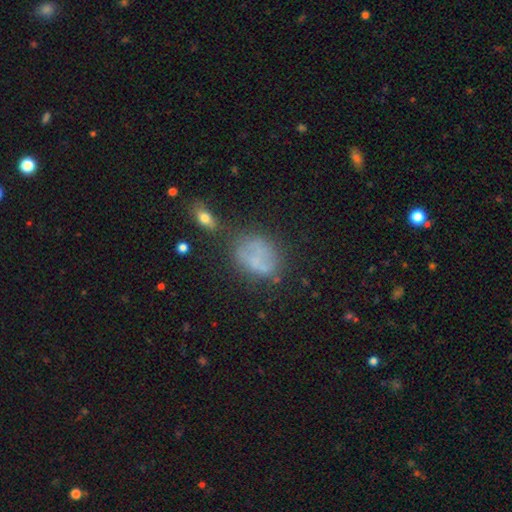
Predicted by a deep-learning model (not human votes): This appears to be a smooth galaxy with no disk features (51%) that is in between round and cigar-shaped (63%). Merging: none (45%).